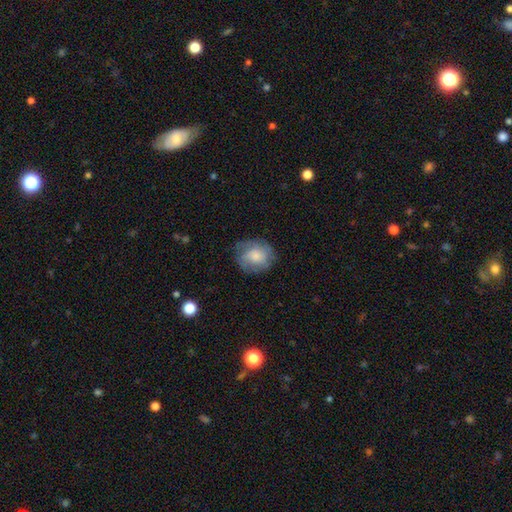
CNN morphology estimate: smooth_or_featured: smooth (p=0.65) [alt: featured or disk p=0.28]
how_rounded: round (p=0.73) [alt: in between p=0.26]
merging: none (p=0.68) [alt: minor disturbance p=0.22]